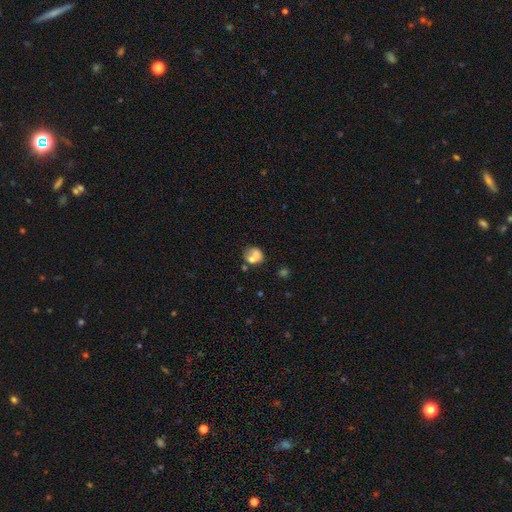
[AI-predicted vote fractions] Smooth or featured: smooth — 61% (featured or disk — 28%)
How rounded: round — 63% (in between — 36%)
Merging: merger — 47% (none — 32%)